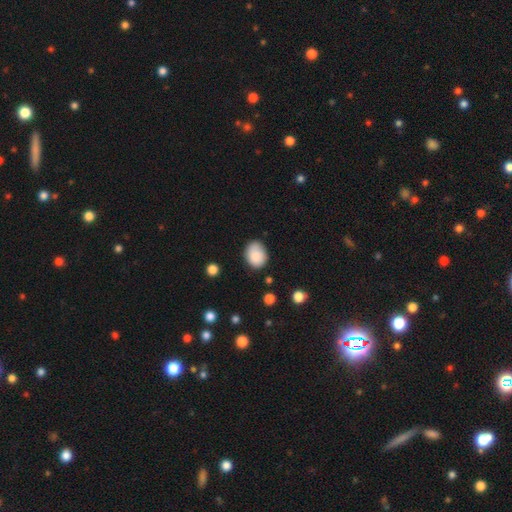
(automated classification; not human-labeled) smooth_or_featured: smooth (p=0.86) [alt: star or artifact p=0.08]
how_rounded: in between (p=0.56) [alt: round p=0.44]
merging: none (p=0.70) [alt: minor disturbance p=0.23]